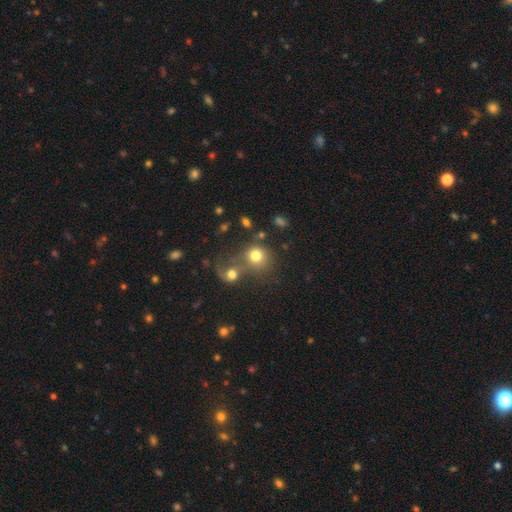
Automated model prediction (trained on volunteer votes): smooth 76%, featured or disk 12%, star or artifact 12%. Down the decision tree: how rounded — round (83%); merging — merger (45%).